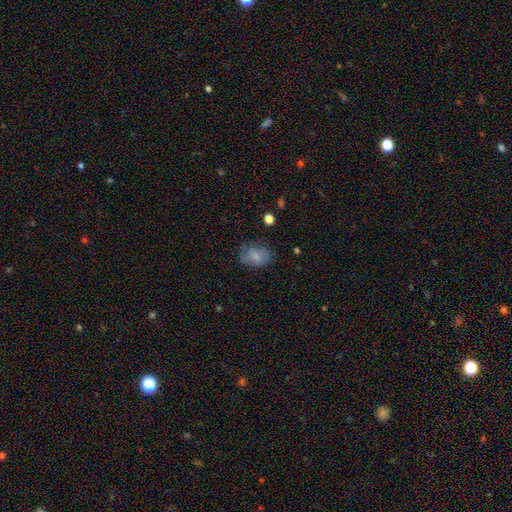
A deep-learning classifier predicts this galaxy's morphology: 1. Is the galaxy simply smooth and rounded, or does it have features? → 77% smooth, 14% featured or disk, 9% star or artifact.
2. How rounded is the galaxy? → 79% in between, 20% round, 1% cigar-shaped.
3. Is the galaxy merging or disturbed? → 67% none, 24% minor disturbance, 8% major disturbance, 2% merger.